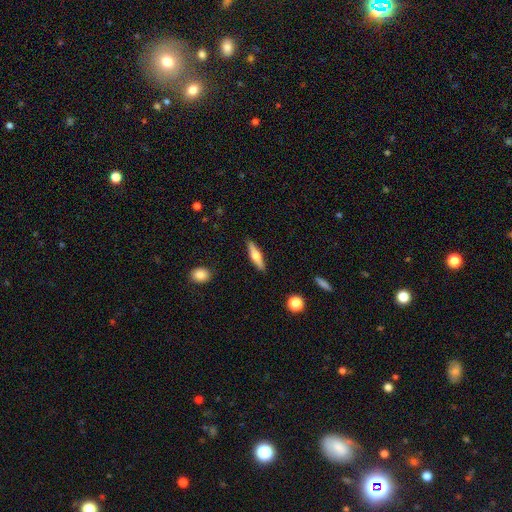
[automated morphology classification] featured or disk 50%, smooth 44%, star or artifact 6%. Down the decision tree: edge-on disk — yes (95%); merging — none (89%).